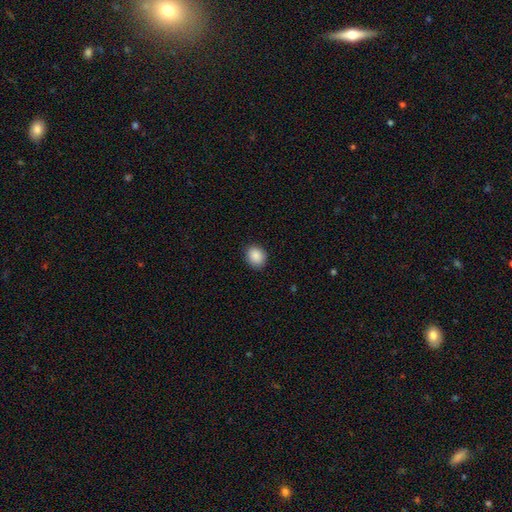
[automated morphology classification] smooth 89%, star or artifact 8%, featured or disk 3%. Down the decision tree: how rounded — round (61%); merging — none (88%).